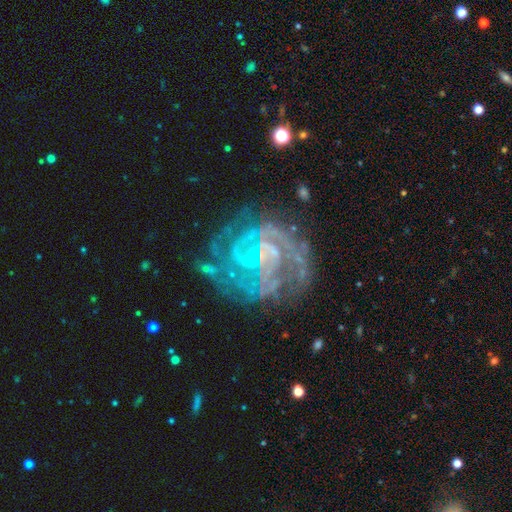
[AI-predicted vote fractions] Morphology: type=featured or disk (87%); edge-on=no (98%); bar=weak (41%); spiral arms=yes (94%); winding=tight (61%); arm count=can't tell (26%); bulge=small (51%); merging=none (65%).